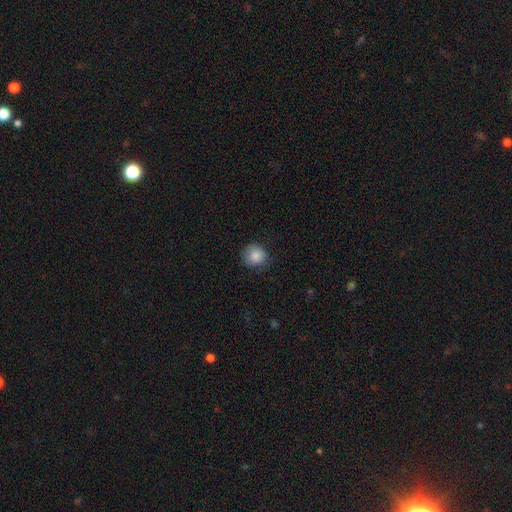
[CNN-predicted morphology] smooth_or_featured: smooth (p=0.86) [alt: star or artifact p=0.09]
how_rounded: round (p=0.87) [alt: in between p=0.12]
merging: none (p=0.78) [alt: minor disturbance p=0.17]